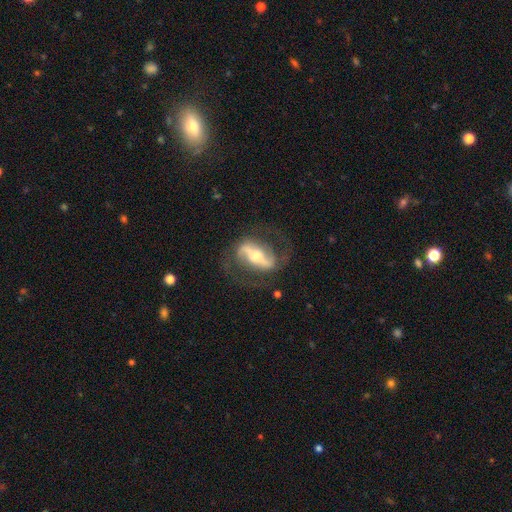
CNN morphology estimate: Q: Smooth or featured?
A: featured or disk (82%); runner-up: smooth (12%)
Q: Edge-on disk?
A: no (87%); runner-up: yes (13%)
Q: Bar?
A: strong (70%); runner-up: weak (19%)
Q: Spiral arms?
A: yes (83%); runner-up: no (17%)
Q: Spiral winding?
A: medium (47%); runner-up: loose (33%)
Q: Spiral arm count?
A: 2 (89%); runner-up: can't tell (5%)
Q: Bulge size?
A: moderate (54%); runner-up: small (29%)
Q: Merging?
A: none (71%); runner-up: minor disturbance (14%)